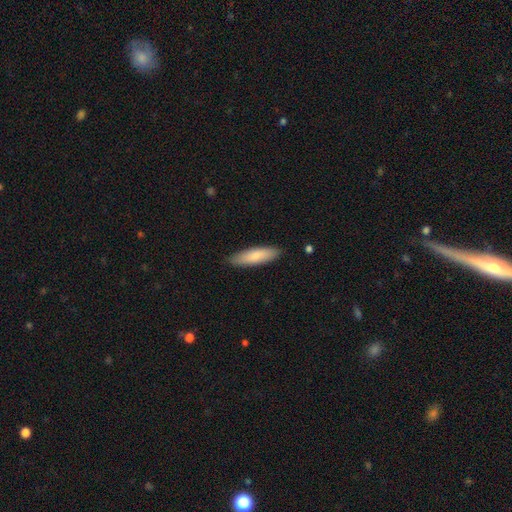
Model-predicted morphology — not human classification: This appears to be a smooth galaxy with no disk features (81%) that is cigar-shaped (61%). Merging: none (88%).